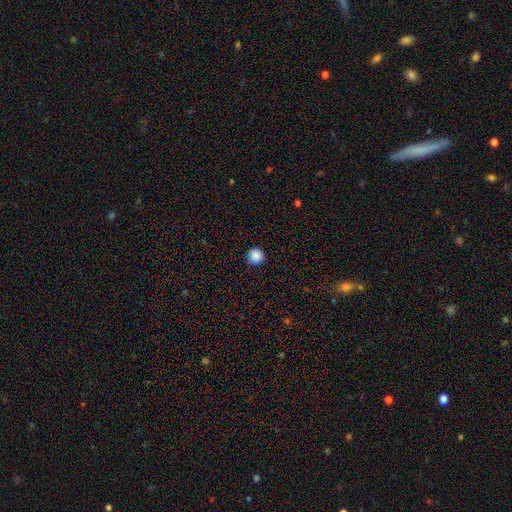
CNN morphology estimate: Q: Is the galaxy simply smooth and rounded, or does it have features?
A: smooth — 87%.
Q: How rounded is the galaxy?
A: round — 96%.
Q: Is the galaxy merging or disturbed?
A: none — 91%.